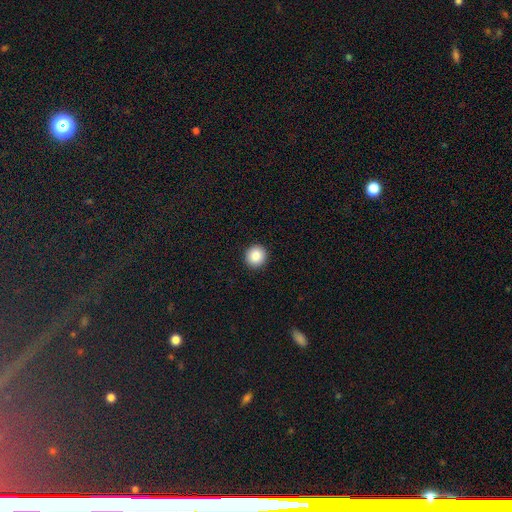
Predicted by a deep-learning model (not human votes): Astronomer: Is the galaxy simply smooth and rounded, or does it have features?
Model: smooth — 87%.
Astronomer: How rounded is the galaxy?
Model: round — 94%.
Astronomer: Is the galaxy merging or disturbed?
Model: none — 93%.